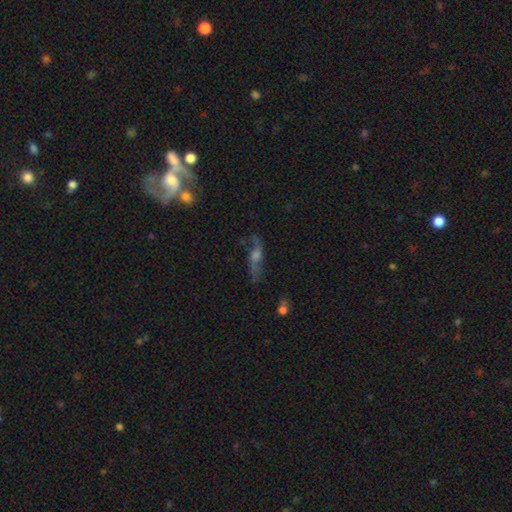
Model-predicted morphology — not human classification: Smooth or featured? featured or disk (73%)
Edge-on disk? no (69%)
Bar? no (54%)
Spiral arms? yes (88%)
Bulge size? moderate (46%)
Merging? none (66%)